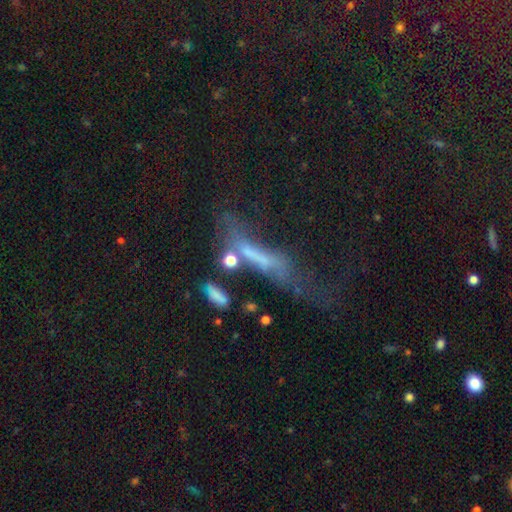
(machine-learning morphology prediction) Smooth or featured: featured or disk — 45% (smooth — 36%)
Merging: major disturbance — 40% (merger — 24%)